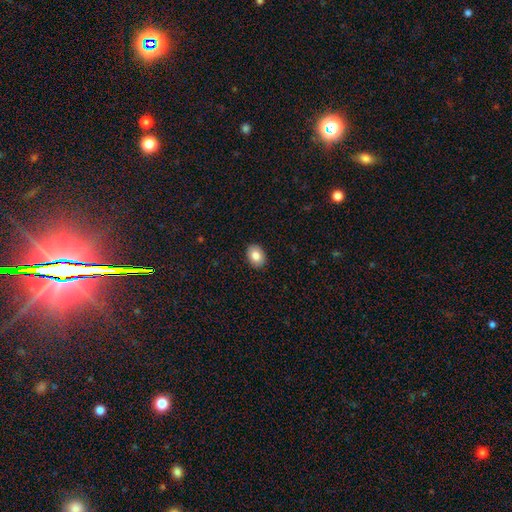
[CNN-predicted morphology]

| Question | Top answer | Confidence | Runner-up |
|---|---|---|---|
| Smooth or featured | smooth | 83% | featured or disk (9%) |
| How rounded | in between | 66% | round (33%) |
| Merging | none | 90% | minor disturbance (7%) |